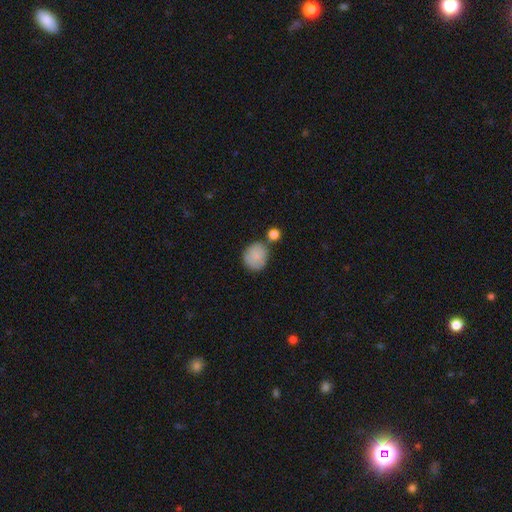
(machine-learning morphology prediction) This appears to be a smooth galaxy with no disk features (83%) that is round (74%). Merging: none (56%).